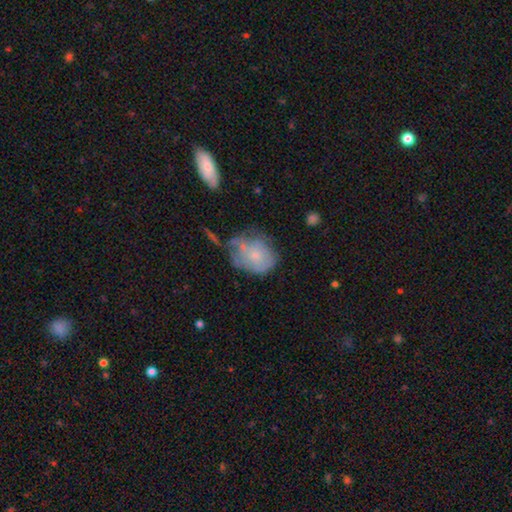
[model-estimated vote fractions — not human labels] Smooth or featured: smooth — 58% (featured or disk — 33%)
How rounded: round — 52% (in between — 47%)
Merging: none — 36% (minor disturbance — 32%)